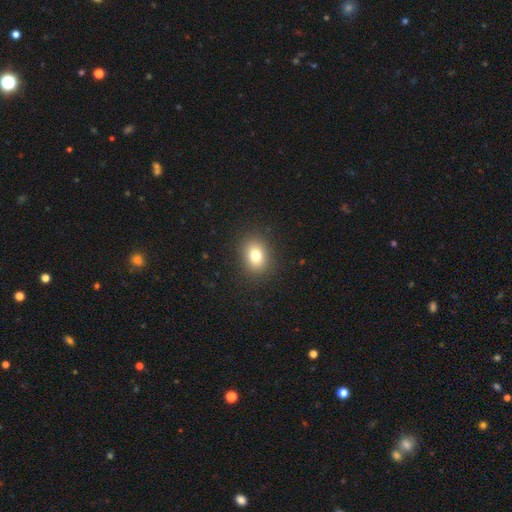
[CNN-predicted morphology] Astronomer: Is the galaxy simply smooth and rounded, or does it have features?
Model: smooth — 80%.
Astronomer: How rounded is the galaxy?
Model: in between — 62% (runner-up: round, 37%).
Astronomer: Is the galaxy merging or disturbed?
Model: none — 89%.